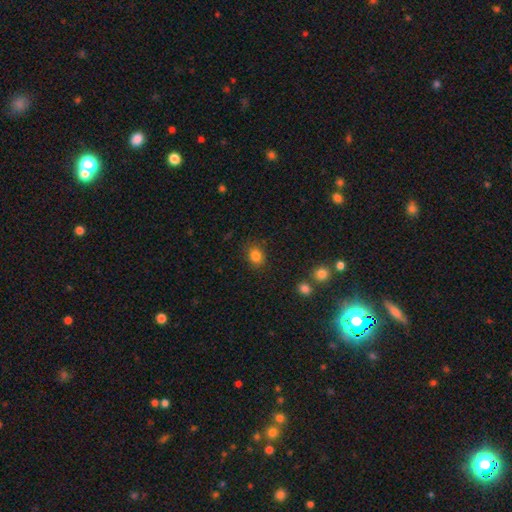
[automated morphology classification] Smooth or featured? smooth (83%)
How rounded? round (56%)
Merging? none (85%)